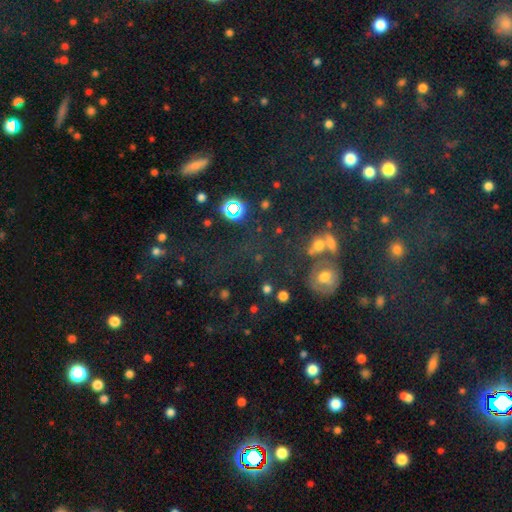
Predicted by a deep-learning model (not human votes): star or artifact 62%, smooth 28%, featured or disk 11%.